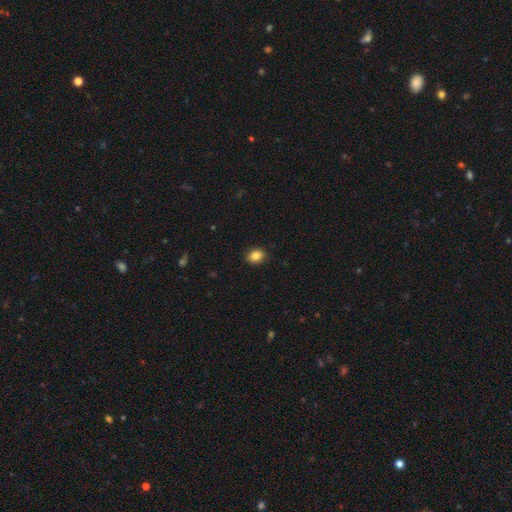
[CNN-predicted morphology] Smooth or featured?
  - smooth: 86% *
  - star or artifact: 9%
  - featured or disk: 4%
How rounded?
  - in between: 58% *
  - round: 41%
  - cigar-shaped: 1%
Merging?
  - none: 89% *
  - minor disturbance: 8%
  - major disturbance: 2%
  - merger: 1%